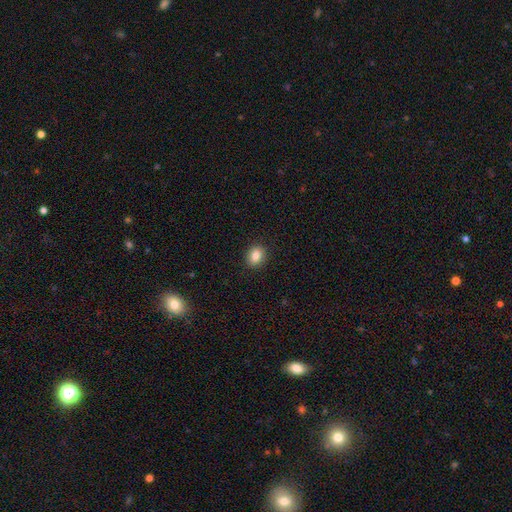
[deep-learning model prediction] Smooth or featured? Predicted: smooth (p=0.84). How rounded? Predicted: in between (p=0.55). Merging? Predicted: none (p=0.90).